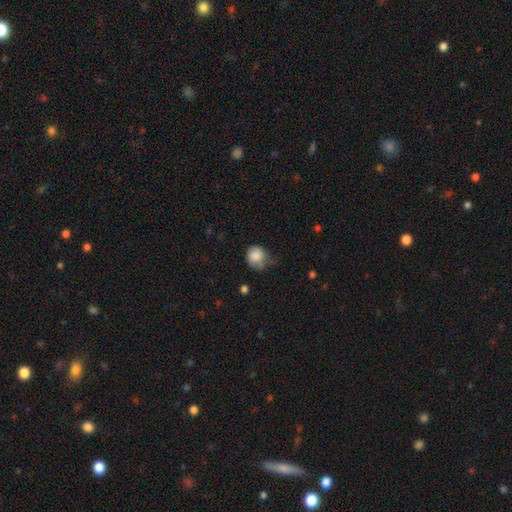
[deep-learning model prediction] Smooth or featured: smooth — 84% (featured or disk — 8%)
How rounded: round — 76% (in between — 23%)
Merging: minor disturbance — 42% (none — 35%)